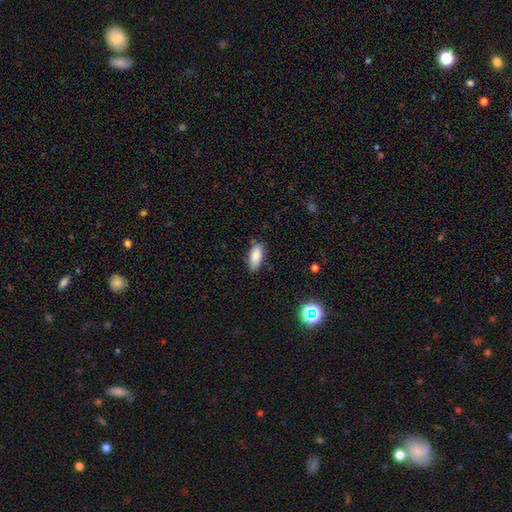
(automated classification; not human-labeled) Q: Smooth or featured?
A: smooth (85%); runner-up: star or artifact (8%)
Q: How rounded?
A: in between (89%); runner-up: cigar-shaped (9%)
Q: Merging?
A: none (73%); runner-up: minor disturbance (22%)